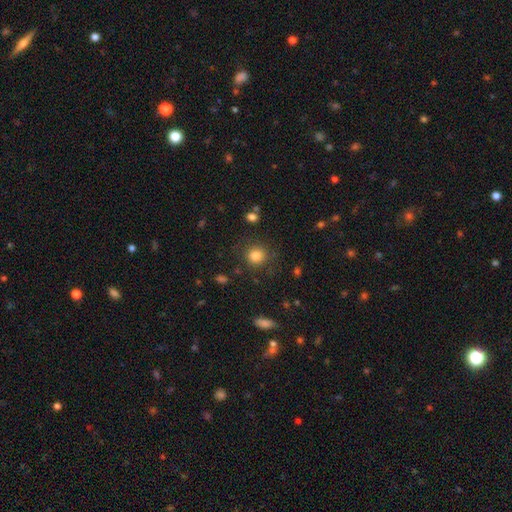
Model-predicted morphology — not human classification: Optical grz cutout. It shows a smooth galaxy with no disk features (82%) that is round (88%). Merging: none (84%).